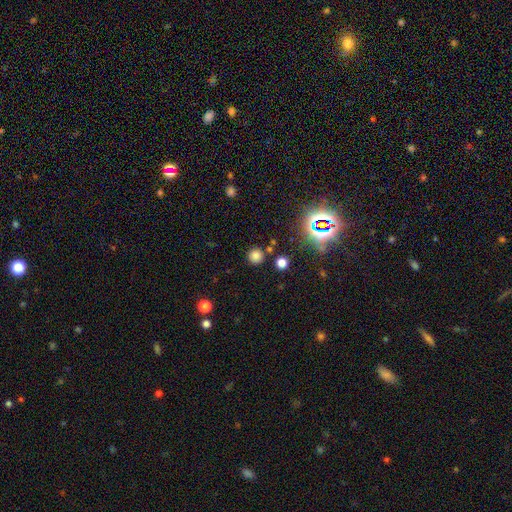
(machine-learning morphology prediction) This is likely a smooth galaxy (76%). How rounded: clearly round (94%). Merging: clearly none (85%).